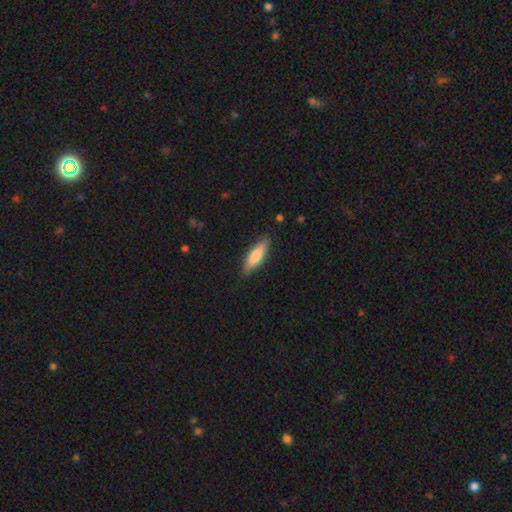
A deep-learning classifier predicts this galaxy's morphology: Overall: smooth (74%). How rounded: cigar-shaped (60%; in between 38%). Merging: none (86%).